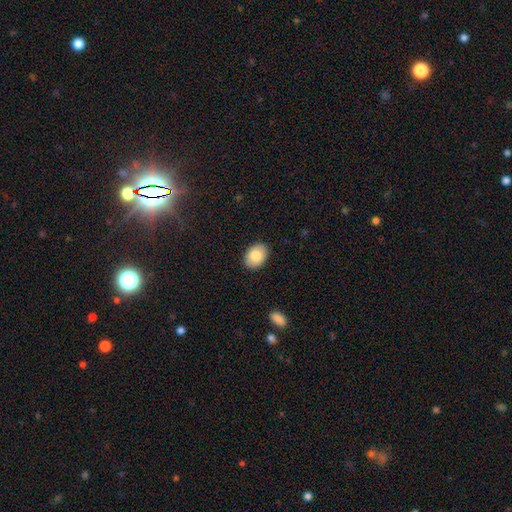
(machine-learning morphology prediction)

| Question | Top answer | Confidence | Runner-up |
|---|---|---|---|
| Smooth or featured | smooth | 85% | featured or disk (8%) |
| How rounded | in between | 82% | round (17%) |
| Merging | none | 89% | minor disturbance (8%) |